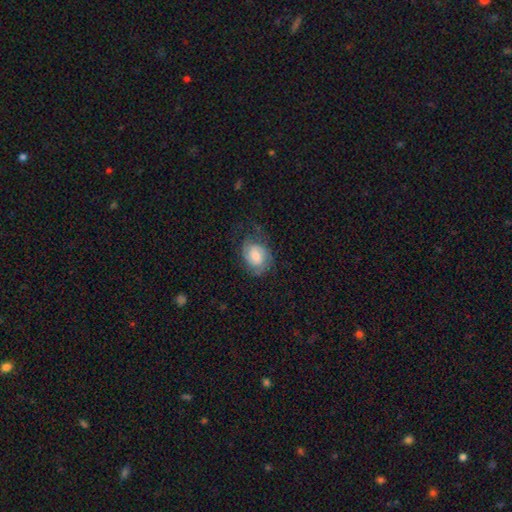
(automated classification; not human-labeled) Smooth or featured? featured or disk (47%)
Merging? none (53%)